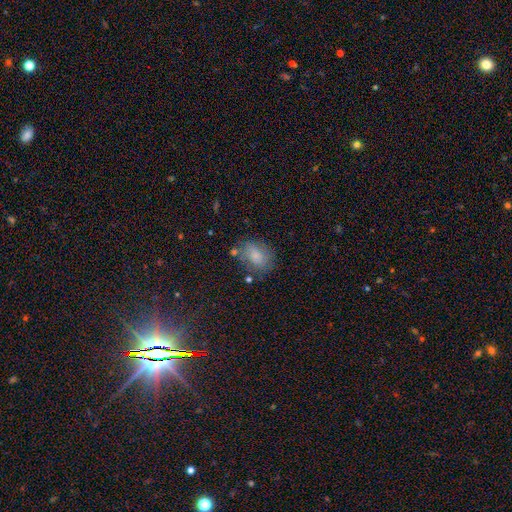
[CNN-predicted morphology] Smooth or featured? smooth (70%)
How rounded? in between (71%)
Merging? none (61%)